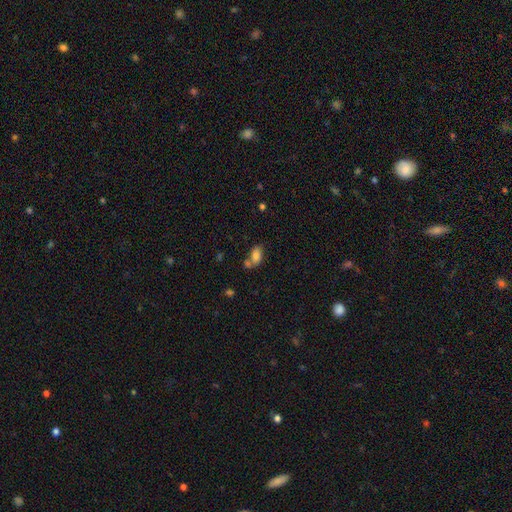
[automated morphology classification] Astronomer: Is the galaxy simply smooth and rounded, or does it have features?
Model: smooth — 78%.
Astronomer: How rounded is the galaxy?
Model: in between — 90%.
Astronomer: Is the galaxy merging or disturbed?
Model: none — 40% (runner-up: merger, 35%).